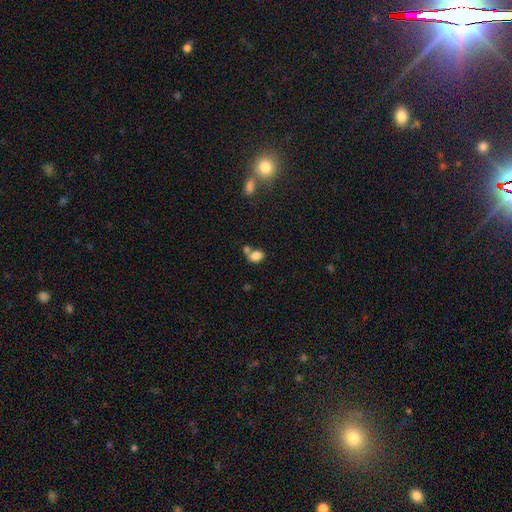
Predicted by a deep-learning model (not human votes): This is clearly a smooth galaxy (82%). How rounded: likely in between (71%). Merging: marginally merger (42%).